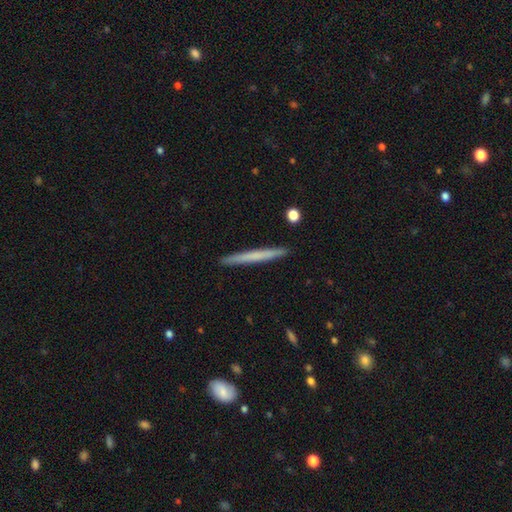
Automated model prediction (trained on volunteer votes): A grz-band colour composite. It shows a smooth galaxy with no disk features (59%) that is cigar-shaped (97%). Merging: none (92%).